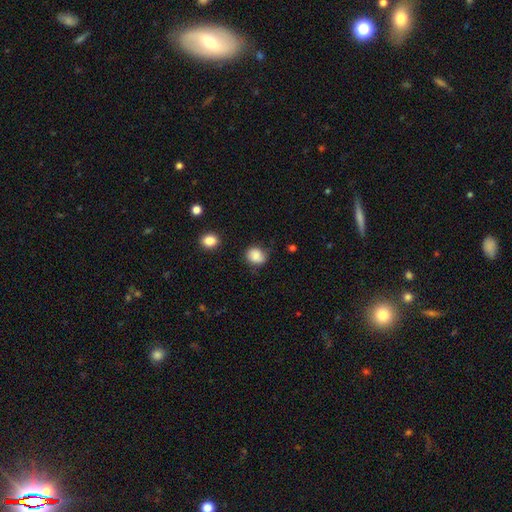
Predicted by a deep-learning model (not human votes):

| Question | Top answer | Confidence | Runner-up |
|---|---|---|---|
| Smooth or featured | smooth | 85% | star or artifact (9%) |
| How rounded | round | 67% | in between (32%) |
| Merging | none | 71% | minor disturbance (22%) |